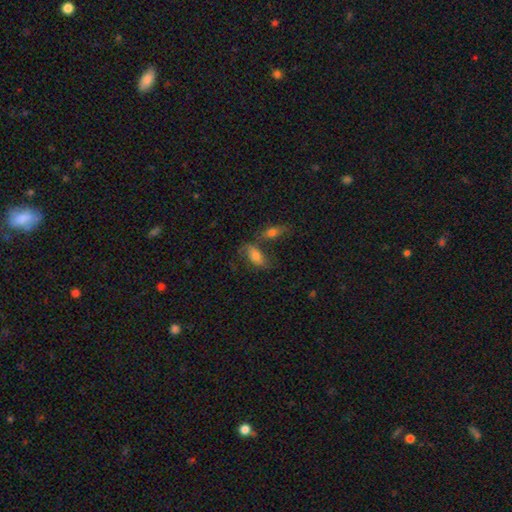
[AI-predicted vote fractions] smooth 64%, featured or disk 27%, star or artifact 9%. Down the decision tree: how rounded — in between (83%); merging — none (45%).